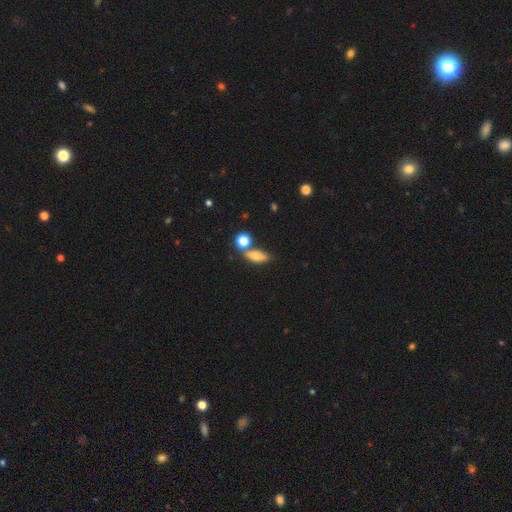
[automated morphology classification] This is likely a smooth galaxy (74%). How rounded: likely in between (68%). Merging: possibly none (57%).